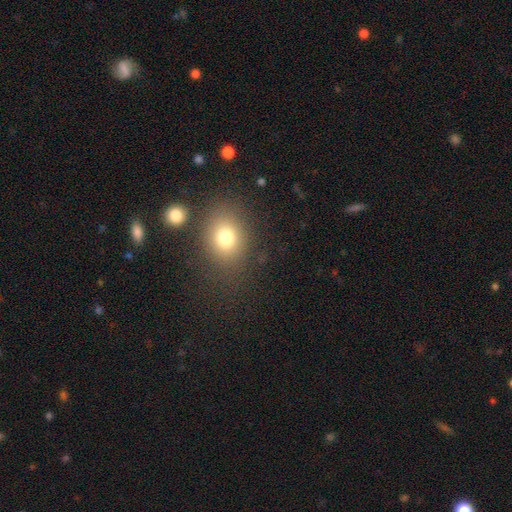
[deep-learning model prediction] The model was most divided on "how rounded": in between: 50%, round: 49%, cigar-shaped: 1%. More confident: merging — none (83%); smooth or featured — smooth (68%).